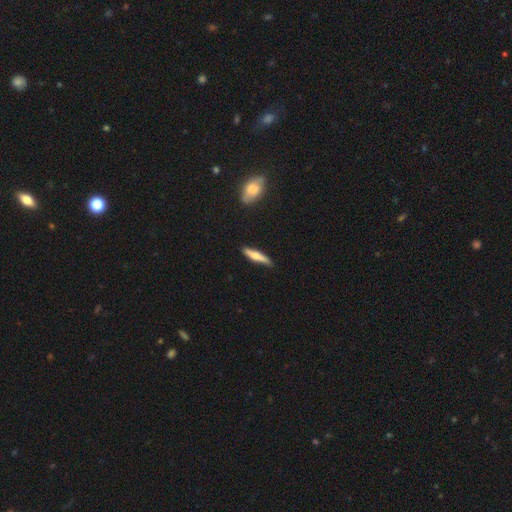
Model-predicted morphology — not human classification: Smooth or featured?
  - smooth: 56% *
  - featured or disk: 39%
  - star or artifact: 5%
How rounded?
  - cigar-shaped: 86% *
  - in between: 12%
  - round: 2%
Merging?
  - none: 82% *
  - minor disturbance: 14%
  - major disturbance: 2%
  - merger: 2%